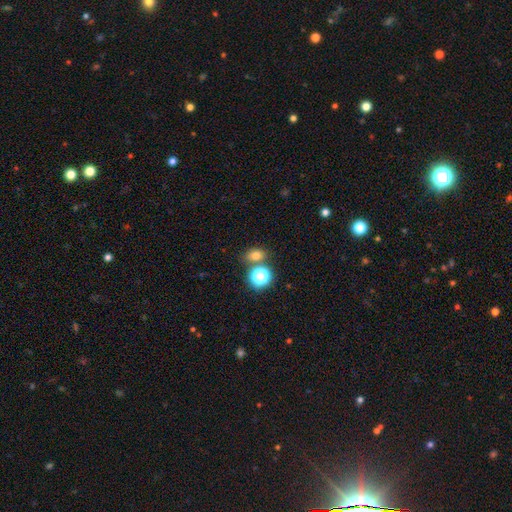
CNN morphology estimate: Smooth or featured? Predicted: smooth (p=0.72). How rounded? Predicted: in between (p=0.52). Merging? Predicted: none (p=0.69).